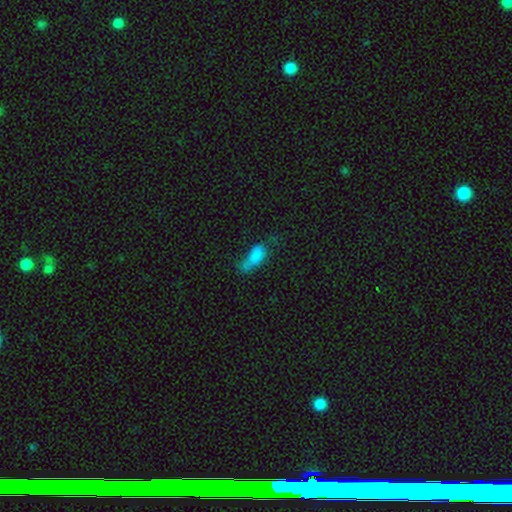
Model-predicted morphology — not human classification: Smooth or featured? Predicted: smooth (p=0.74). How rounded? Predicted: in between (p=0.80). Merging? Predicted: major disturbance (p=0.33).